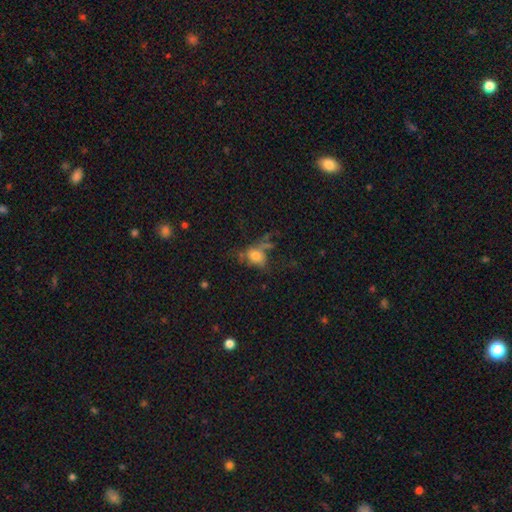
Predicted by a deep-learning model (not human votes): This appears to be a smooth galaxy with no disk features (58%) that is in between round and cigar-shaped (59%). Merging: major disturbance (37%).